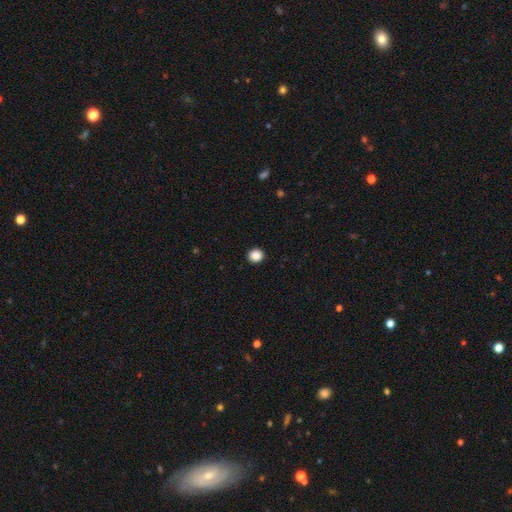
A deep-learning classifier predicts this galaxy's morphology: Overall: smooth (87%). How rounded: round (90%). Merging: none (93%).